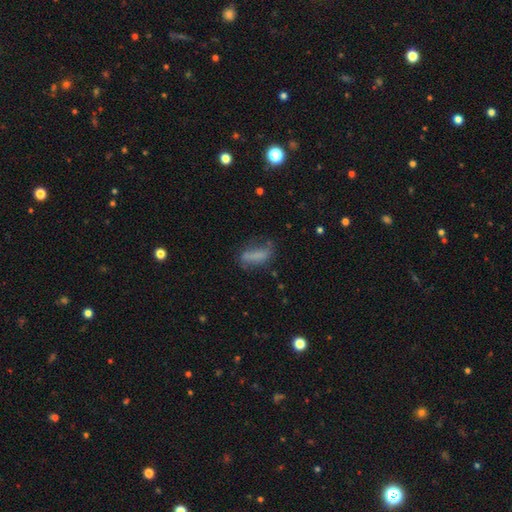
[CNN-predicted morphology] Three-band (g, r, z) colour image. It shows a smooth galaxy with no disk features (68%) that is in between round and cigar-shaped (63%). Merging: none (46%).